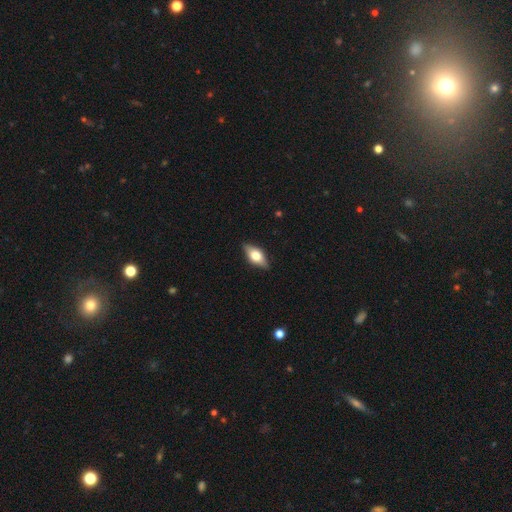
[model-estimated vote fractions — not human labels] Smooth or featured? smooth (54%)
How rounded? in between (82%)
Merging? none (86%)